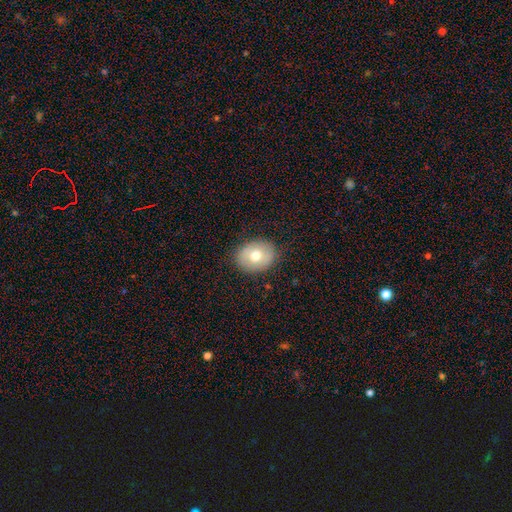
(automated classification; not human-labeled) This is likely a smooth galaxy (69%). How rounded: possibly in between (52%). Merging: clearly none (86%).